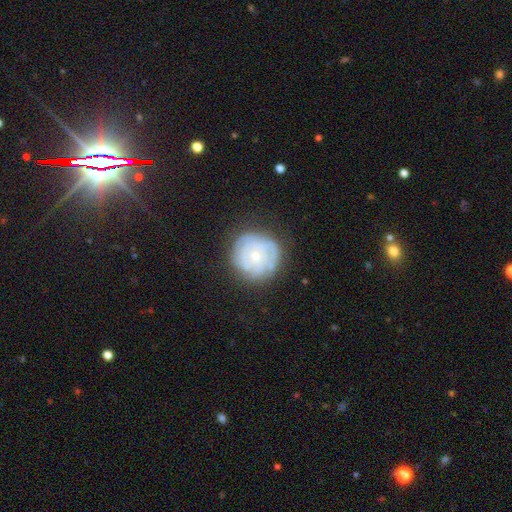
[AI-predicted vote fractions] This appears to be a featured or disk galaxy (63%) with no bar (86%), spiral arms (66%) and a small central bulge (62%). Merging: none (74%).